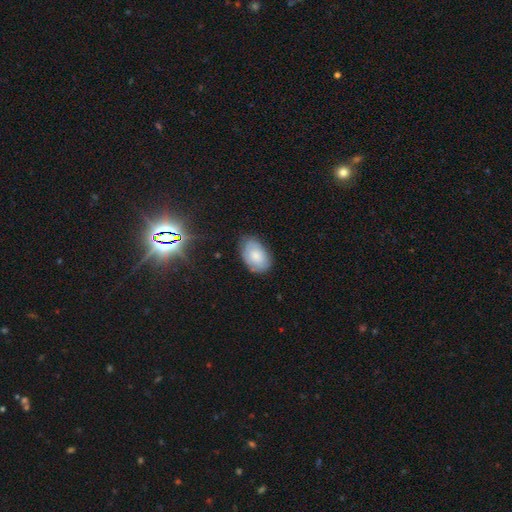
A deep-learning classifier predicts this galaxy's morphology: Q: Smooth or featured?
A: smooth (74%); runner-up: featured or disk (18%)
Q: How rounded?
A: in between (89%); runner-up: round (10%)
Q: Merging?
A: none (72%); runner-up: minor disturbance (22%)